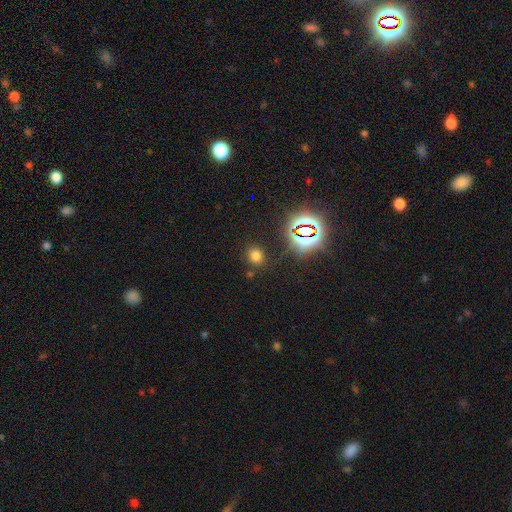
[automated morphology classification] Smooth or featured? smooth (65%)
How rounded? round (61%)
Merging? none (82%)